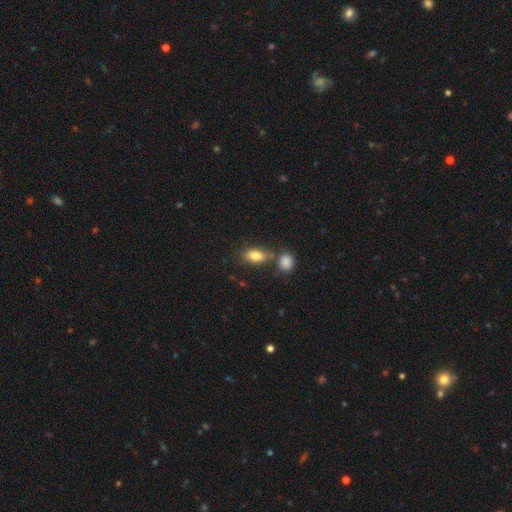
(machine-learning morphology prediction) This appears to be a smooth galaxy with no disk features (83%) that is in between round and cigar-shaped (86%). Merging: none (61%).